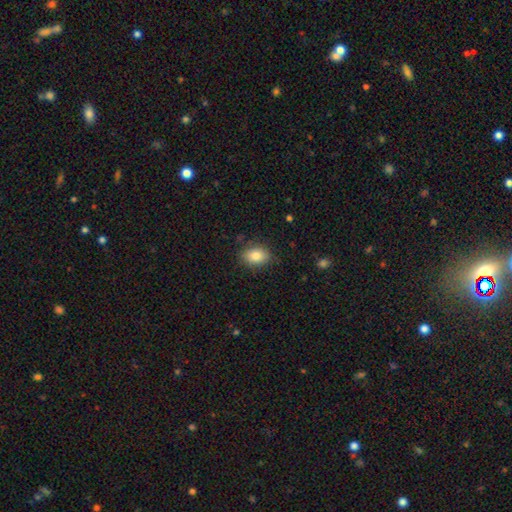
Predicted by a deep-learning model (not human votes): This appears to be a smooth galaxy with no disk features (83%) that is in between round and cigar-shaped (80%). Merging: none (83%).